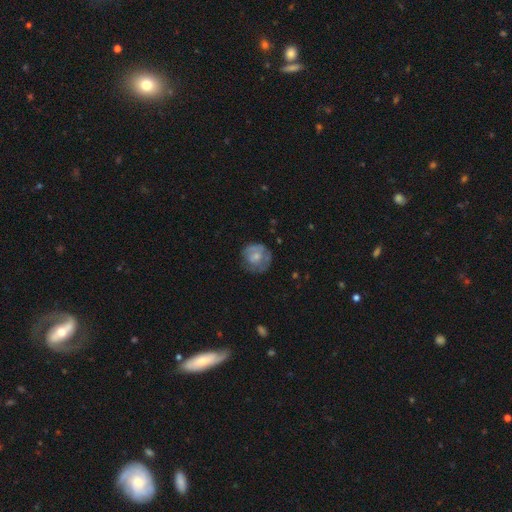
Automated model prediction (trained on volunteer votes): The model was most divided on "smooth or featured": smooth: 49%, featured or disk: 44%, star or artifact: 7%. More confident: merging — none (62%).